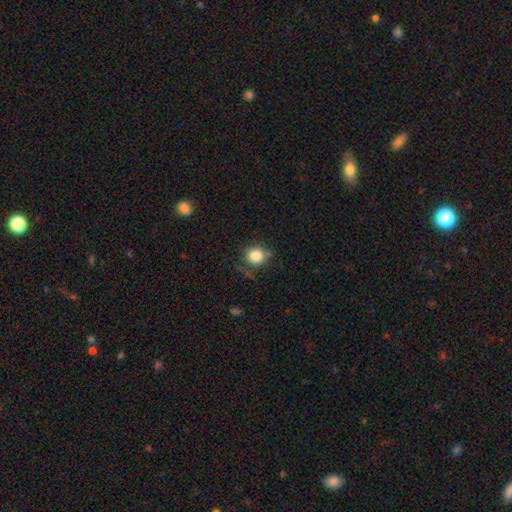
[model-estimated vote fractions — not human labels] Smooth or featured: smooth — 82% (star or artifact — 11%)
How rounded: round — 87% (in between — 12%)
Merging: none — 69% (minor disturbance — 19%)